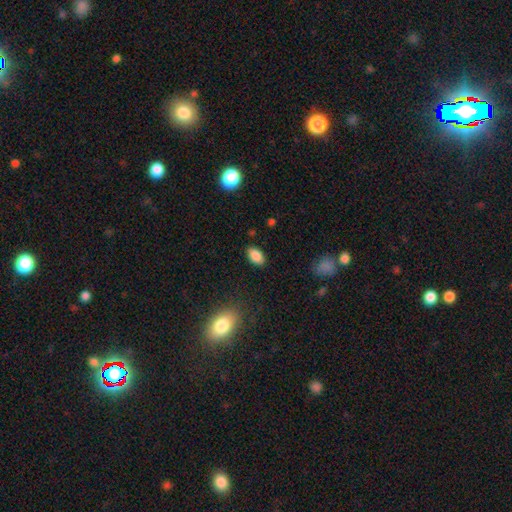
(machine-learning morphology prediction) Overall: smooth (86%). How rounded: in between (92%). Merging: none (86%).